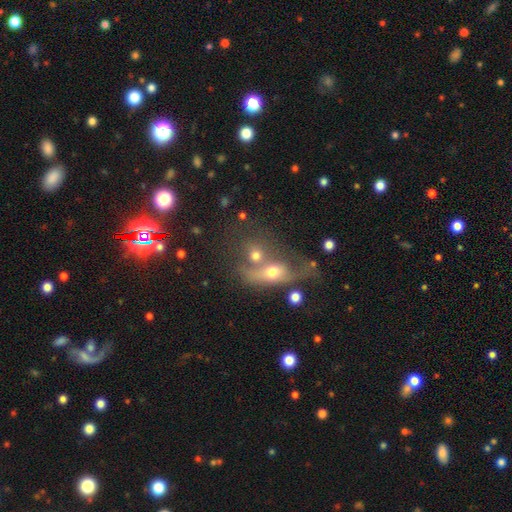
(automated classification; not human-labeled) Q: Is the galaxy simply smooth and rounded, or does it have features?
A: smooth — 60%.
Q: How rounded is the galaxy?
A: round — 52%.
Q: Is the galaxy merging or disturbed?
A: merger — 58%.